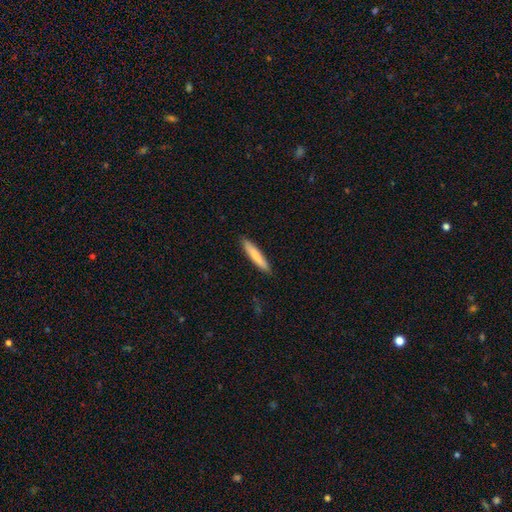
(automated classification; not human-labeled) smooth_or_featured: smooth (p=0.79) [alt: featured or disk p=0.16]
how_rounded: cigar-shaped (p=0.91) [alt: in between p=0.08]
merging: none (p=0.90) [alt: minor disturbance p=0.08]